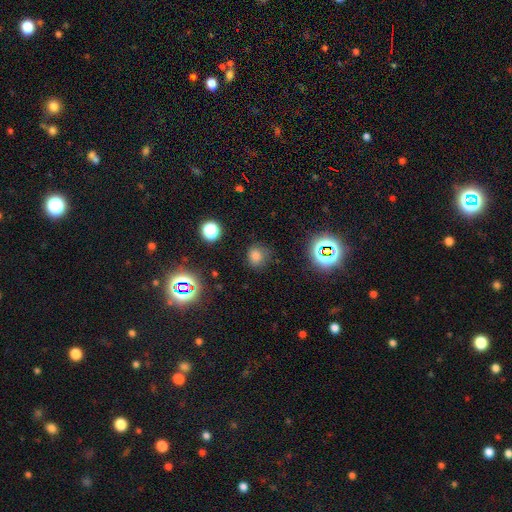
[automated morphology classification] Smooth or featured: smooth — 73% (star or artifact — 21%)
How rounded: round — 80% (in between — 19%)
Merging: none — 77% (minor disturbance — 16%)